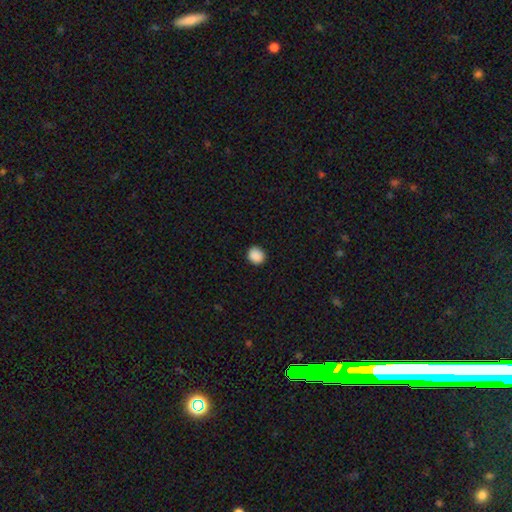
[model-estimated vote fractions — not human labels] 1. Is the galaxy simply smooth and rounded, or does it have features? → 89% smooth, 8% star or artifact, 2% featured or disk.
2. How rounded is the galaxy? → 76% round, 23% in between, 1% cigar-shaped.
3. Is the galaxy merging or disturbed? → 90% none, 7% minor disturbance, 2% major disturbance, 1% merger.